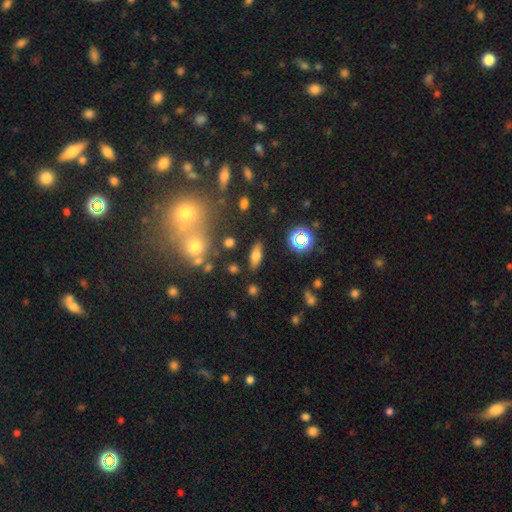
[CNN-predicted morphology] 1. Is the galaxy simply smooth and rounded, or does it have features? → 62% smooth, 24% featured or disk, 14% star or artifact.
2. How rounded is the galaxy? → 67% in between, 26% cigar-shaped, 6% round.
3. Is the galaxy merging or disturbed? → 83% none, 10% minor disturbance, 4% merger, 3% major disturbance.